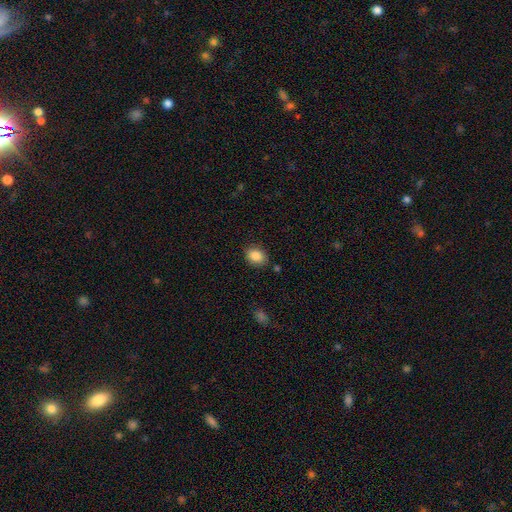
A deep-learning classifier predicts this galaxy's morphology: smooth 87%, star or artifact 8%, featured or disk 5%. Down the decision tree: how rounded — in between (66%); merging — none (83%).